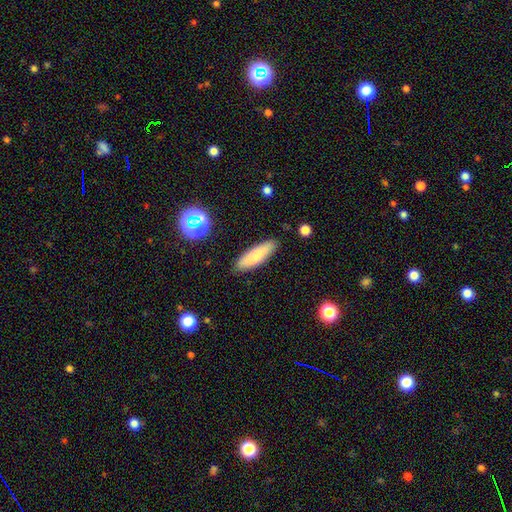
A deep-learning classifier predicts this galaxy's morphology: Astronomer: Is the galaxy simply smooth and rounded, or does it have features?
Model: smooth — 78%.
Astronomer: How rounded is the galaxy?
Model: cigar-shaped — 59% (runner-up: in between, 39%).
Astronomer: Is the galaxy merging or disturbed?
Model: none — 87%.